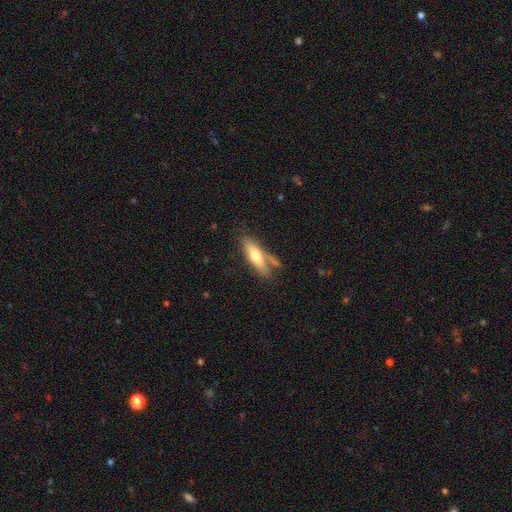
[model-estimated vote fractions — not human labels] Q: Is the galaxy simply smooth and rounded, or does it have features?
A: smooth — 63%.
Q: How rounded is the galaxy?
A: cigar-shaped — 55%.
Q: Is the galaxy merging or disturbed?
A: none — 62%.